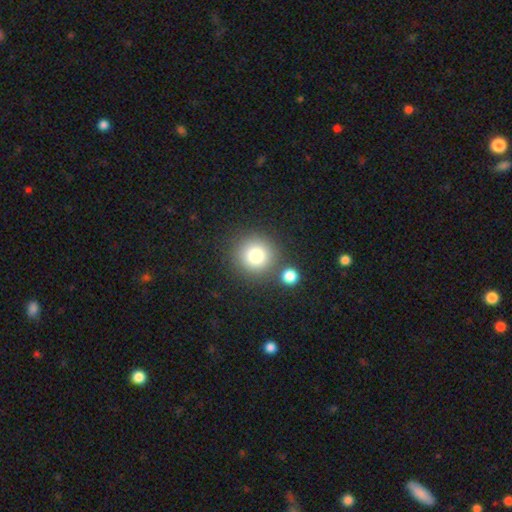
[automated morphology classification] Smooth or featured?
  - smooth: 79% *
  - star or artifact: 12%
  - featured or disk: 9%
How rounded?
  - round: 94% *
  - in between: 5%
  - cigar-shaped: 1%
Merging?
  - none: 78% *
  - merger: 12%
  - minor disturbance: 7%
  - major disturbance: 3%